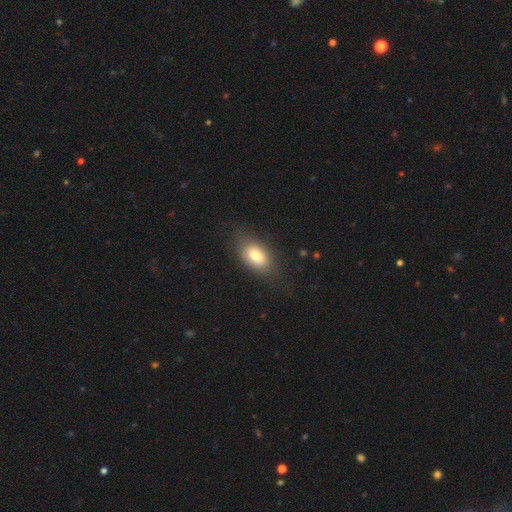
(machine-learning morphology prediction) smooth-or-featured: smooth: 78% | featured or disk: 14% | star or artifact: 8%
  how-rounded: in between: 89% | round: 8% | cigar-shaped: 3%
  merging: none: 74% | minor disturbance: 17% | major disturbance: 7% | merger: 1%